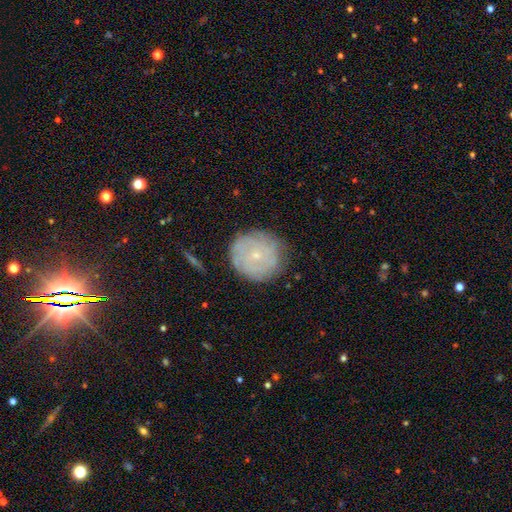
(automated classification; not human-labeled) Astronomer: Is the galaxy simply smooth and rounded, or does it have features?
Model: featured or disk — 52% (runner-up: smooth, 39%).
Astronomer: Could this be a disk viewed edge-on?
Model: no — 97%.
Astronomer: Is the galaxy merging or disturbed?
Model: none — 81%.